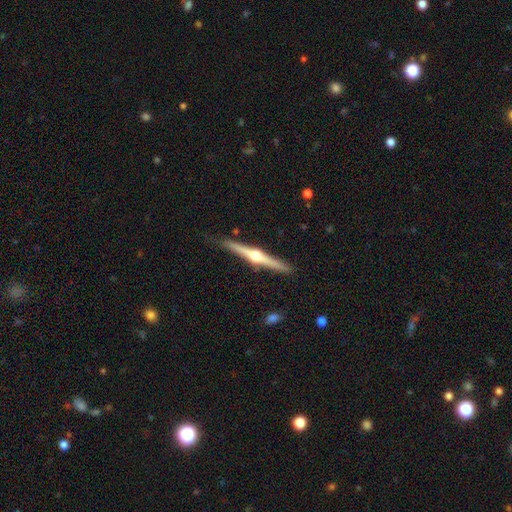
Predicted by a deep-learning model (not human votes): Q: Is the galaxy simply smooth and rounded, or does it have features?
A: featured or disk — 81%.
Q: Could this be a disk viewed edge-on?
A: yes — 98%.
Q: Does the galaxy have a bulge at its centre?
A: rounded — 96%.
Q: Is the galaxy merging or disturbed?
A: none — 88%.